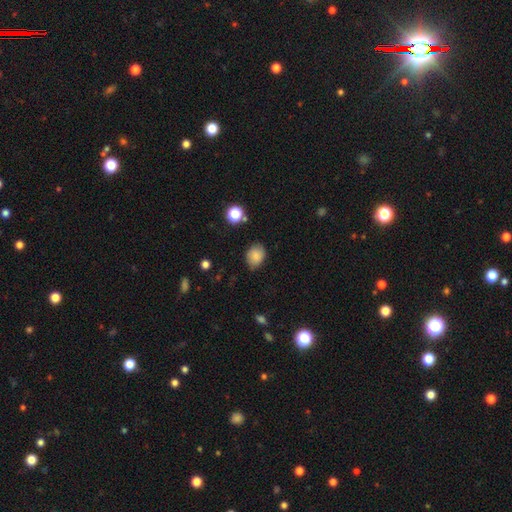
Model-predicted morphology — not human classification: The model was most divided on "how rounded": in between: 51%, round: 49%, cigar-shaped: 1%. More confident: smooth or featured — smooth (83%); merging — none (77%).